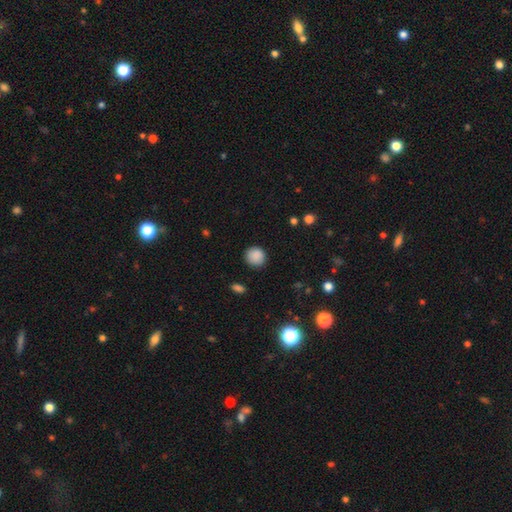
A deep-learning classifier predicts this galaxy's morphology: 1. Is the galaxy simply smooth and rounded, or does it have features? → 88% smooth, 9% star or artifact, 3% featured or disk.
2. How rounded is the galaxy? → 90% round, 9% in between, 1% cigar-shaped.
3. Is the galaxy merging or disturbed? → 88% none, 9% minor disturbance, 2% major disturbance, 1% merger.